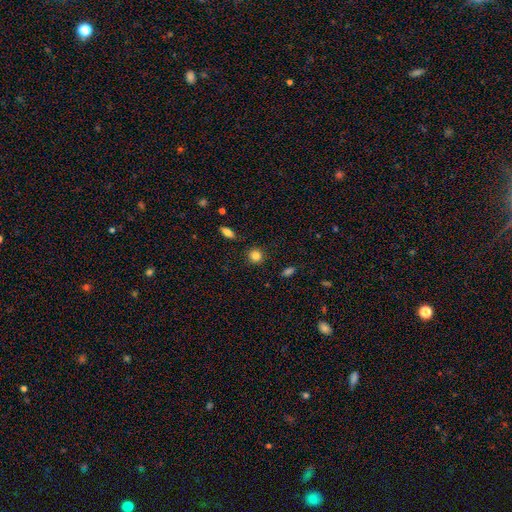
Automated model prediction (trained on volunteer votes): A smooth galaxy with no disk features (84%) that is round (88%).

Vote fractions:
- Smooth or featured? smooth: 84% / star or artifact: 11% / featured or disk: 5%
- How rounded? round: 88% / in between: 11% / cigar-shaped: 1%
- Merging? none: 89% / minor disturbance: 8% / major disturbance: 2% / merger: 2%